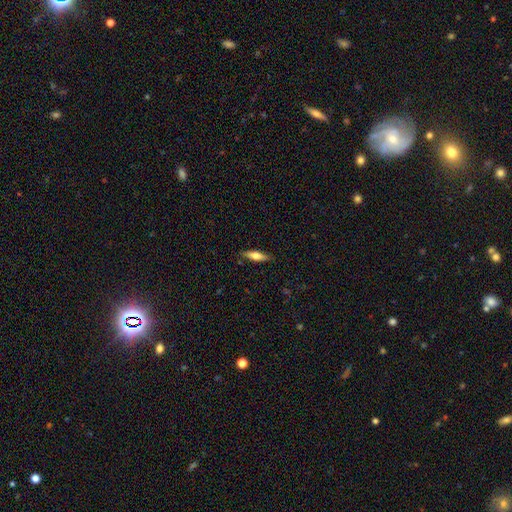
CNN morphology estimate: Smooth or featured: smooth — 60% (featured or disk — 34%)
How rounded: cigar-shaped — 63% (in between — 35%)
Merging: none — 86% (minor disturbance — 11%)